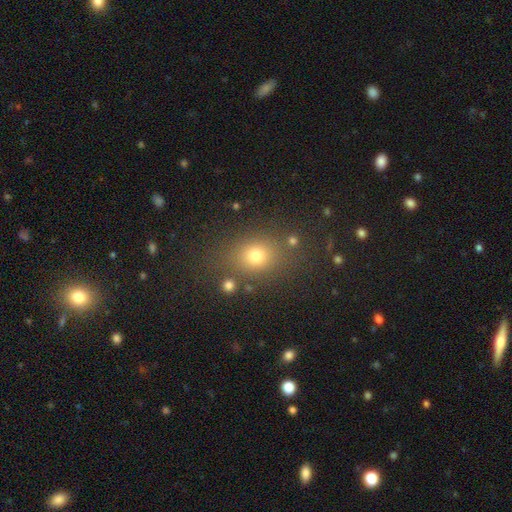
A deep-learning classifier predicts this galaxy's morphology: This is likely a smooth galaxy (74%). How rounded: possibly round (54%). Merging: likely none (77%).